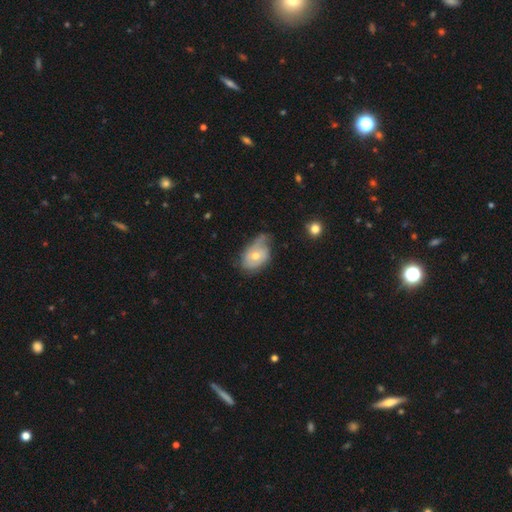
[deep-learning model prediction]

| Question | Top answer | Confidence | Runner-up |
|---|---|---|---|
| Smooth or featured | featured or disk | 50% | smooth (44%) |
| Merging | minor disturbance | 42% | none (35%) |